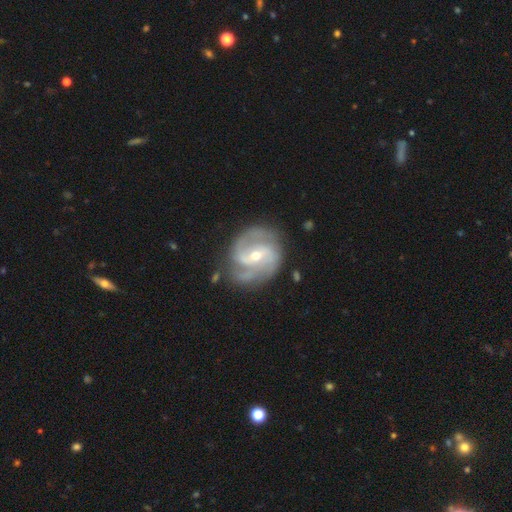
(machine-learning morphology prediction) Q: Smooth or featured?
A: featured or disk (88%); runner-up: smooth (7%)
Q: Edge-on disk?
A: no (98%); runner-up: yes (2%)
Q: Bar?
A: weak (45%); runner-up: no (34%)
Q: Spiral arms?
A: yes (97%); runner-up: no (3%)
Q: Spiral winding?
A: medium (53%); runner-up: tight (32%)
Q: Spiral arm count?
A: 2 (65%); runner-up: 3 (19%)
Q: Bulge size?
A: small (51%); runner-up: moderate (46%)
Q: Merging?
A: none (74%); runner-up: minor disturbance (17%)